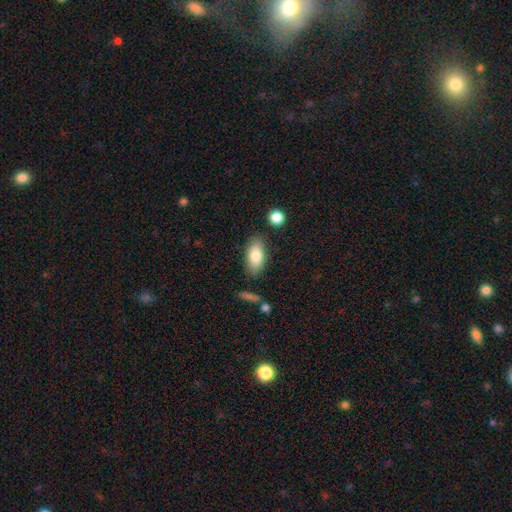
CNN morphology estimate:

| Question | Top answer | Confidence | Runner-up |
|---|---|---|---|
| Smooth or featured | smooth | 82% | featured or disk (12%) |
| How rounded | in between | 89% | cigar-shaped (8%) |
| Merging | none | 81% | minor disturbance (12%) |